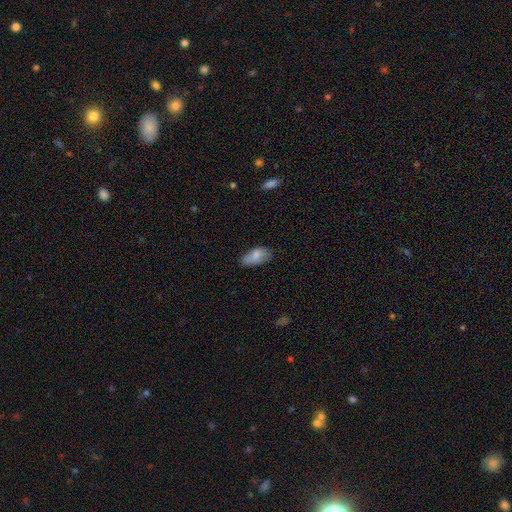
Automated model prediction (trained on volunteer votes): A smooth galaxy with no disk features (79%) that is in between round and cigar-shaped (92%). Merging: none (53%).